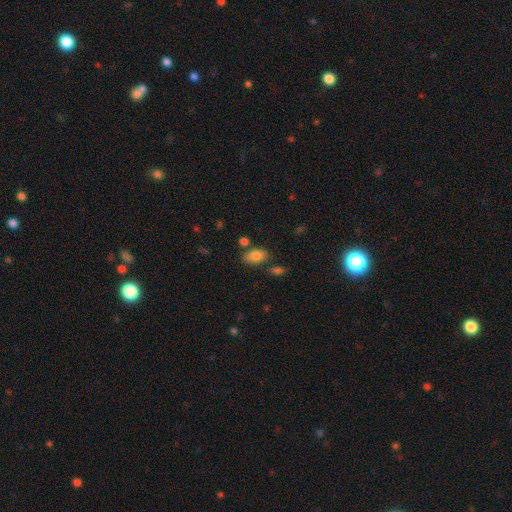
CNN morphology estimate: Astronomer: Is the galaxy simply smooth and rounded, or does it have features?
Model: smooth — 83%.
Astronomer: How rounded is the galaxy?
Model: in between — 88%.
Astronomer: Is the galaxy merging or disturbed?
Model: none — 71%.